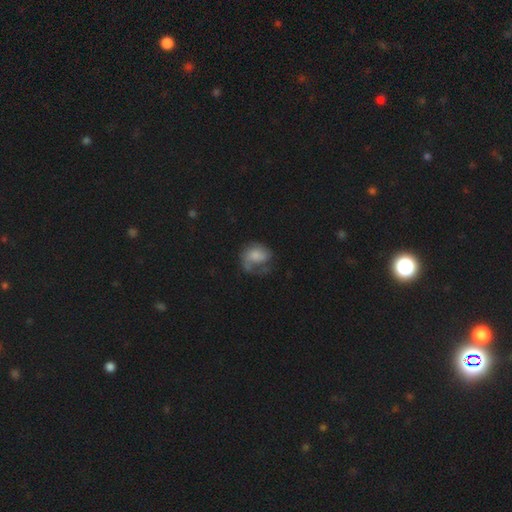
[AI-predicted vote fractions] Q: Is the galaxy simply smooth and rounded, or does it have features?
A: smooth — 47%.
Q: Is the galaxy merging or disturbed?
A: major disturbance — 37%.